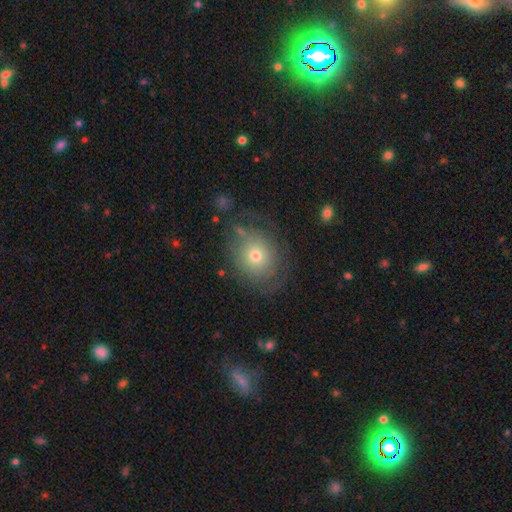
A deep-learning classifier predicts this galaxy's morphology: Smooth or featured: smooth — 55% (featured or disk — 34%)
How rounded: round — 62% (in between — 37%)
Merging: none — 64% (minor disturbance — 20%)